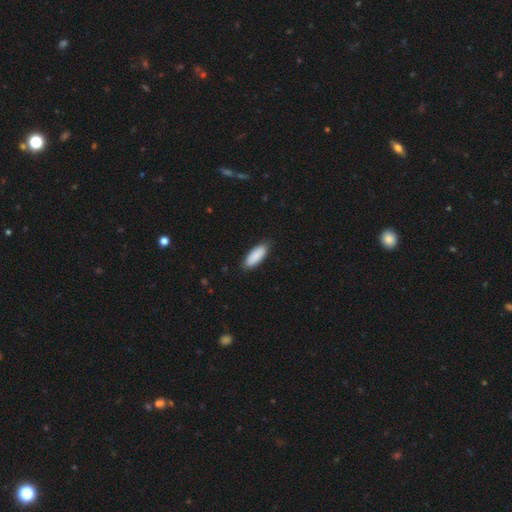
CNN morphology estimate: smooth 90%, star or artifact 5%, featured or disk 5%. Down the decision tree: how rounded — in between (79%); merging — none (86%).